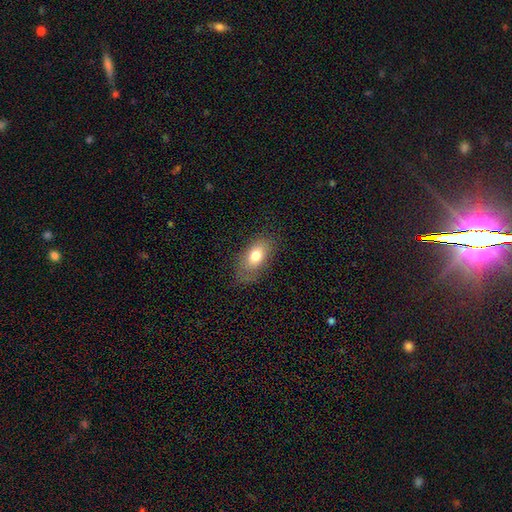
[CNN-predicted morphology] type=smooth (76%); roundness=in between (88%); merging=none (72%).